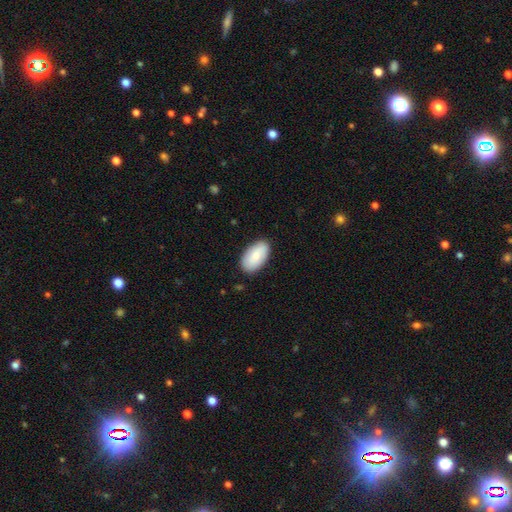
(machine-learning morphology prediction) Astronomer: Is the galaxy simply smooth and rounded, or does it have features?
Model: smooth — 82%.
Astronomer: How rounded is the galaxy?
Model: in between — 96%.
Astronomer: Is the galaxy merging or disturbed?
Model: none — 85%.